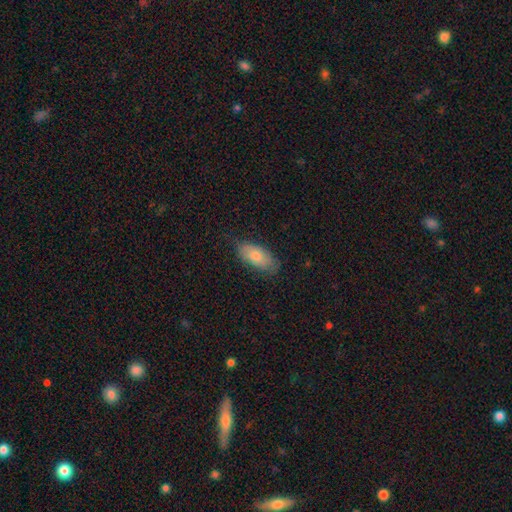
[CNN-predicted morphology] The model was most divided on "merging": none: 76%, minor disturbance: 19%, major disturbance: 4%, merger: 1%. More confident: how rounded — in between (89%); smooth or featured — smooth (77%).